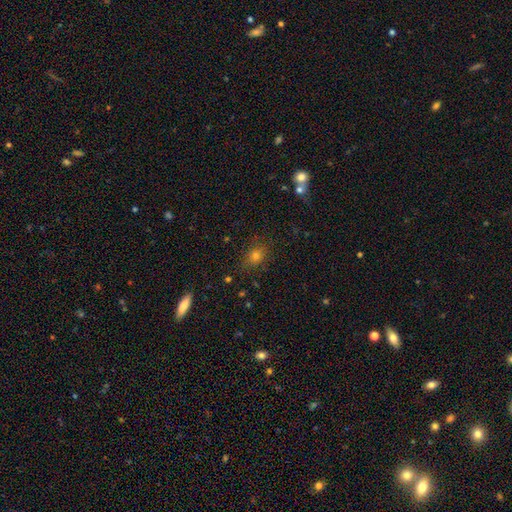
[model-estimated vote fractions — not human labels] Smooth or featured?
  - smooth: 68% *
  - star or artifact: 20%
  - featured or disk: 12%
How rounded?
  - in between: 50% *
  - round: 47%
  - cigar-shaped: 3%
Merging?
  - none: 81% *
  - minor disturbance: 13%
  - major disturbance: 4%
  - merger: 2%